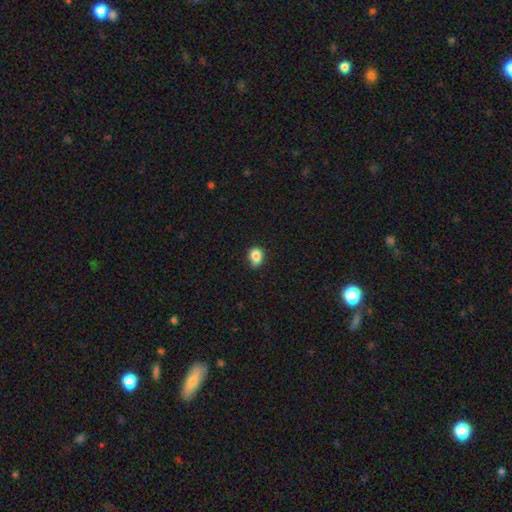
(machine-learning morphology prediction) This appears to be a smooth galaxy with no disk features (84%) that is round (50%). Merging: none (62%).